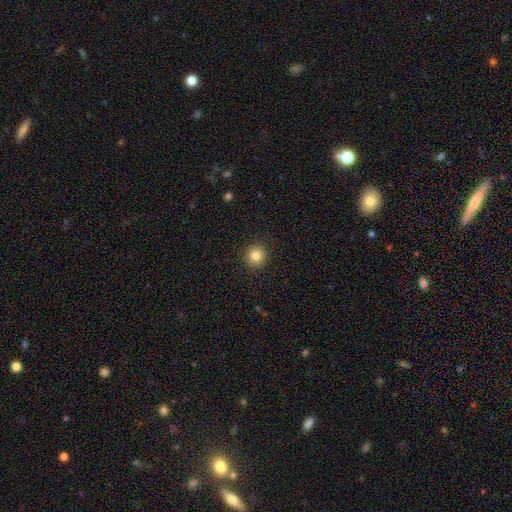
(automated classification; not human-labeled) Smooth or featured? Predicted: smooth (p=0.84). How rounded? Predicted: round (p=0.92). Merging? Predicted: none (p=0.92).